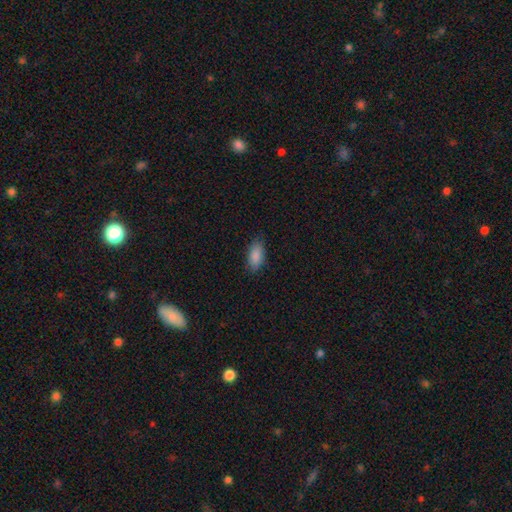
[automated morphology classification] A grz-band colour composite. It shows a smooth galaxy with no disk features (88%) that is in between round and cigar-shaped (90%). Merging: none (83%).